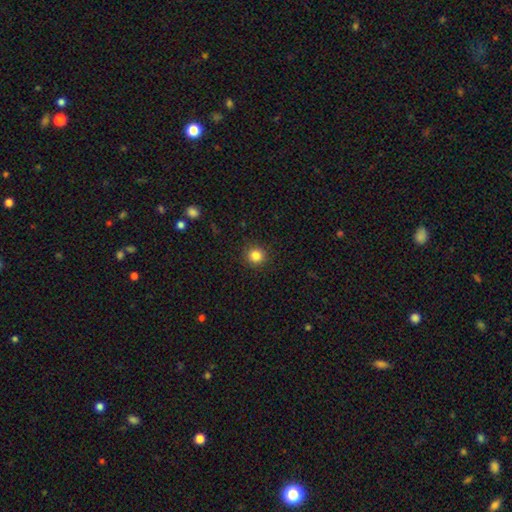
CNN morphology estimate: Q: Smooth or featured?
A: smooth (84%); runner-up: star or artifact (11%)
Q: How rounded?
A: round (94%); runner-up: in between (5%)
Q: Merging?
A: none (91%); runner-up: minor disturbance (6%)